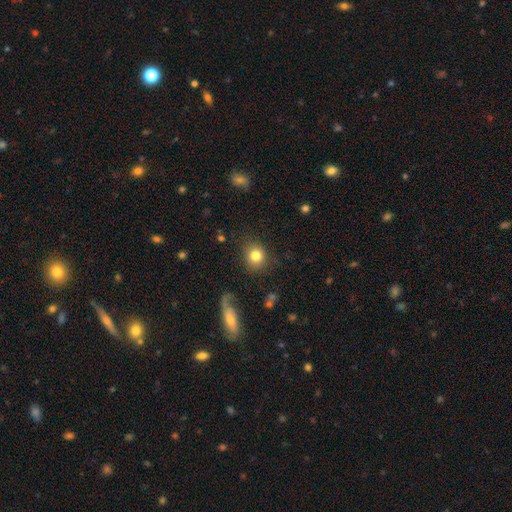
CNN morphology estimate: Overall: smooth (82%). How rounded: round (79%). Merging: none (84%).